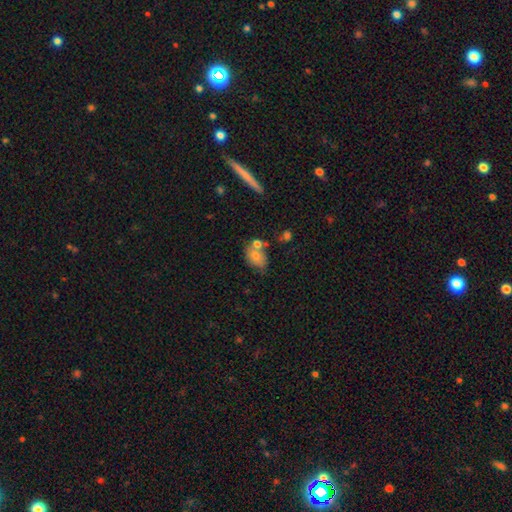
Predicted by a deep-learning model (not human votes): Overall: smooth (71%). How rounded: in between (74%). Merging: none (48%; merger 26%).